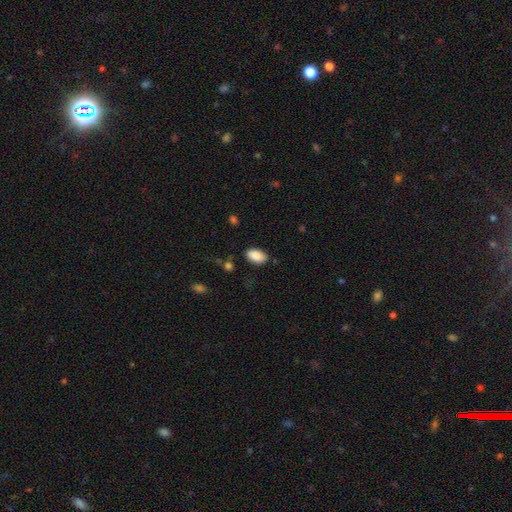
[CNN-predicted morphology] Overall: smooth (89%). How rounded: in between (94%). Merging: none (83%).